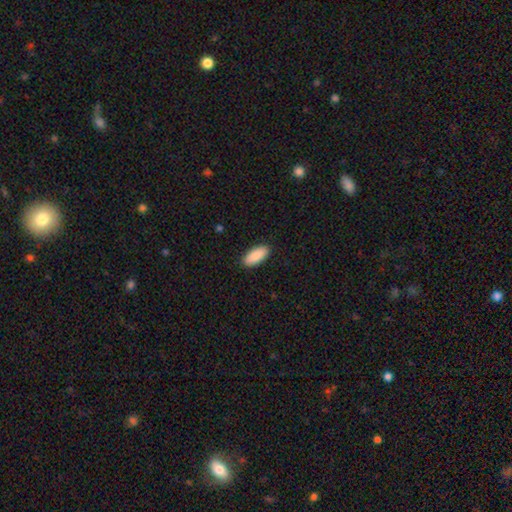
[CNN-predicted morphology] Overall: smooth (89%). How rounded: in between (88%). Merging: none (90%).